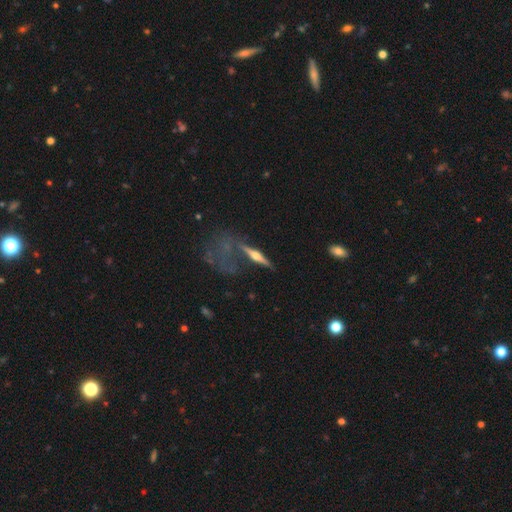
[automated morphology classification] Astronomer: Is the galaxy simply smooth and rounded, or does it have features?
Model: featured or disk — 72%.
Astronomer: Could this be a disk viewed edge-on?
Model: yes — 94%.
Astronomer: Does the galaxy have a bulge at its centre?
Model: rounded — 93%.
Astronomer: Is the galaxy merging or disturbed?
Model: none — 61%.